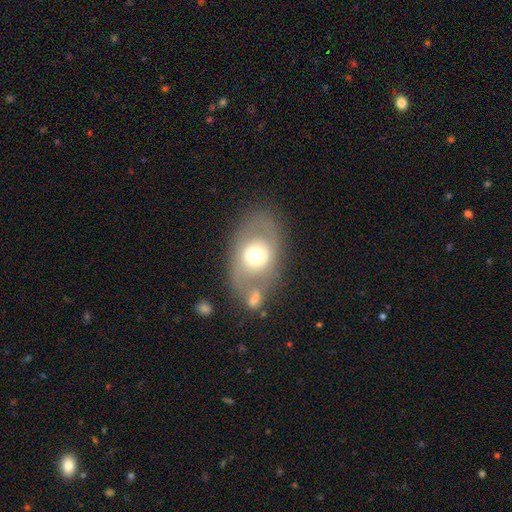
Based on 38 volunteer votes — Smooth or featured: featured or disk — 63% (smooth — 37%)
Edge-on disk: no — 88% (yes — 12%)
Bar: no — 62% (weak — 29%)
Spiral arms: no — 90% (yes — 10%)
Bulge size: moderate — 57% (large — 29%)
Merging: none — 58% (minor disturbance — 21%)